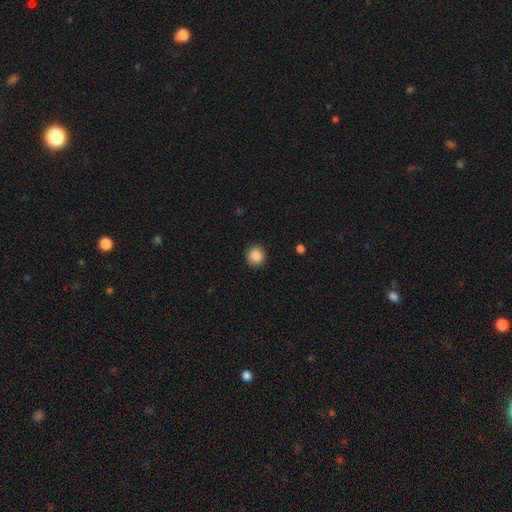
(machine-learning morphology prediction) The model was most divided on "smooth or featured": smooth: 87%, star or artifact: 9%, featured or disk: 4%. More confident: merging — none (92%); how rounded — round (91%).